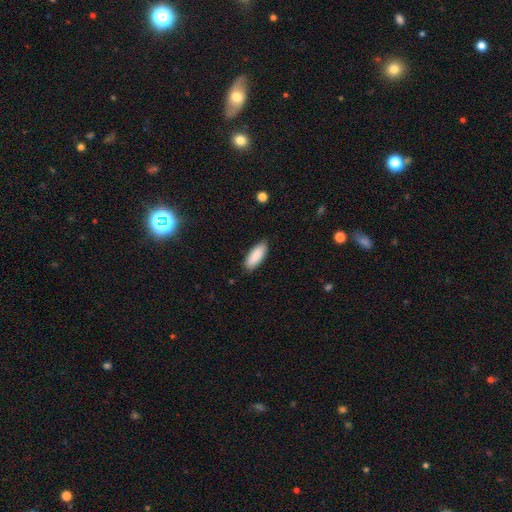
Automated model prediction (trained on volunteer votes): This is clearly a smooth galaxy (89%). How rounded: likely in between (74%). Merging: clearly none (86%).